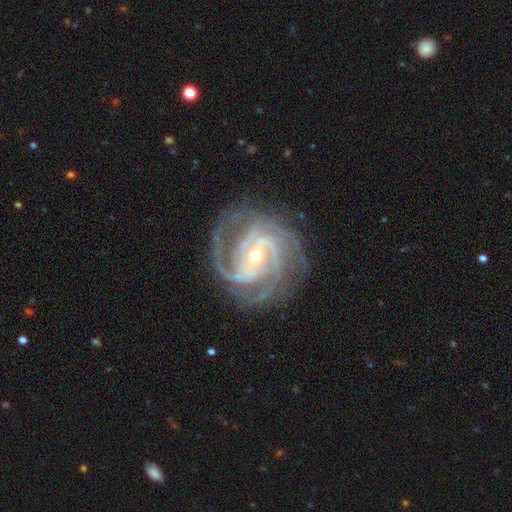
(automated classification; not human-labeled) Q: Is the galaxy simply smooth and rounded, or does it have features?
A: featured or disk — 93%.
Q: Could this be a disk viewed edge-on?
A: no — 98%.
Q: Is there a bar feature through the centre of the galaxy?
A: no — 40%.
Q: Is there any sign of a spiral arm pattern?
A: yes — 99%.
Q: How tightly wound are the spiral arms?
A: tight — 65%.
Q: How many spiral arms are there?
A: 3 — 32%.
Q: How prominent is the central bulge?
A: small — 63%.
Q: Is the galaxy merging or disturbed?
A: none — 78%.